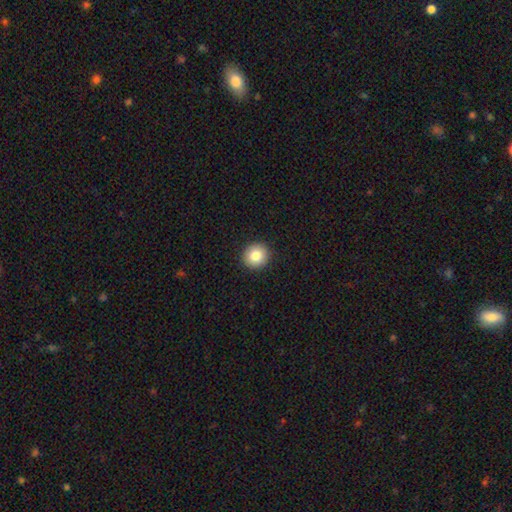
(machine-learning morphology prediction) A smooth galaxy with no disk features (82%) that is round (90%). Merging: none (92%).